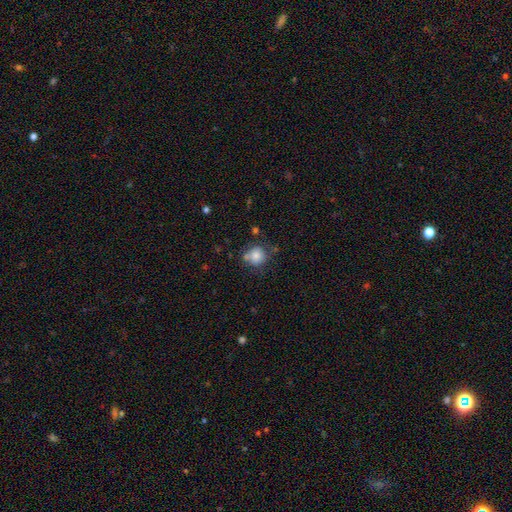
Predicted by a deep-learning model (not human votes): The model was most divided on "merging": none: 63%, minor disturbance: 19%, merger: 12%, major disturbance: 6%. More confident: how rounded — round (83%); smooth or featured — smooth (78%).